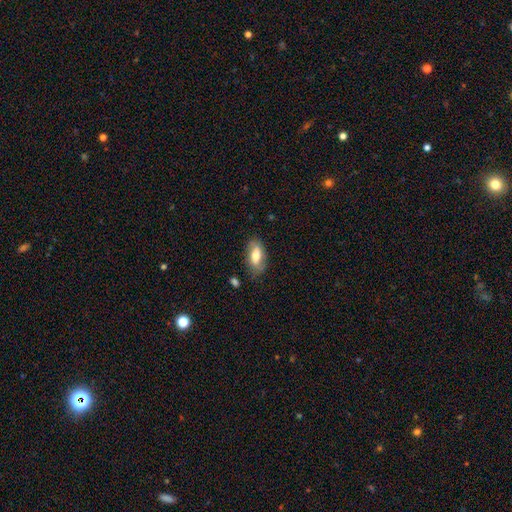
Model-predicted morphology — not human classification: A smooth galaxy with no disk features (65%) that is in between round and cigar-shaped (88%).

Vote fractions:
- Smooth or featured? smooth: 65% / featured or disk: 28% / star or artifact: 7%
- How rounded? in between: 88% / cigar-shaped: 8% / round: 4%
- Merging? none: 74% / minor disturbance: 19% / major disturbance: 5% / merger: 2%